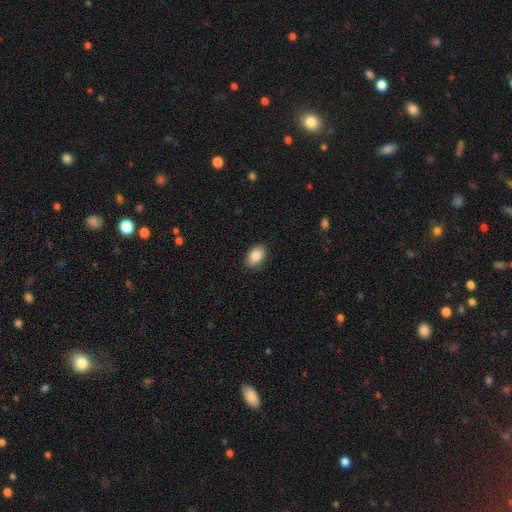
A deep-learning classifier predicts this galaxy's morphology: A smooth galaxy with no disk features (88%) that is in between round and cigar-shaped (88%). Merging: none (88%).